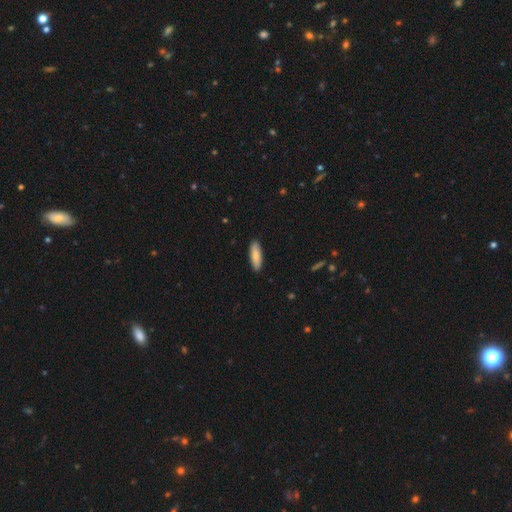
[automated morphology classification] Smooth or featured: smooth — 84% (featured or disk — 11%)
How rounded: in between — 50% (cigar-shaped — 48%)
Merging: none — 90% (minor disturbance — 7%)